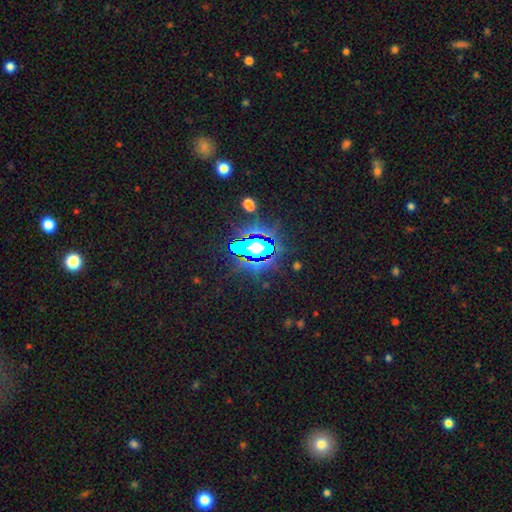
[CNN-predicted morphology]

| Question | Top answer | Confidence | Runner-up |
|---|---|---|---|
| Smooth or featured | star or artifact | 78% | smooth (13%) |